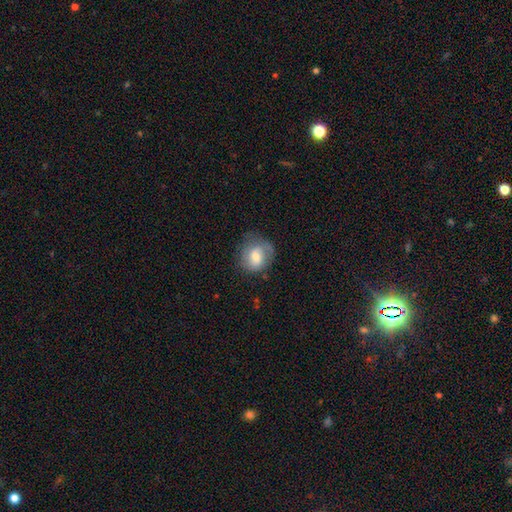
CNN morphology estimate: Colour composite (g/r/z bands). It shows a smooth galaxy with no disk features (54%) that is round (72%). Merging: none (60%).